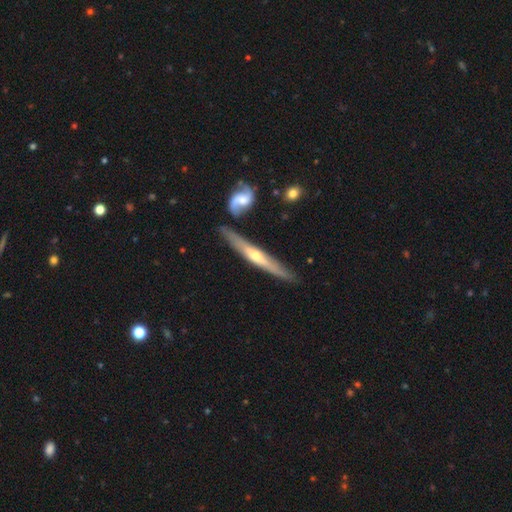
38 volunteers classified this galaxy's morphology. featured or disk 76%, smooth 21%, star or artifact 3%. Down the decision tree: edge-on disk — yes (93%); edge-on bulge — rounded (78%); merging — none (78%).